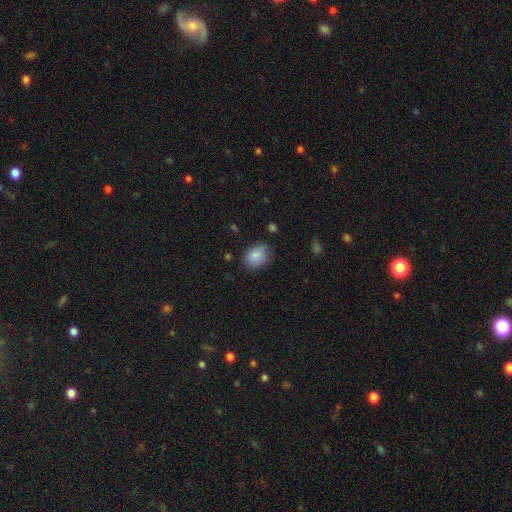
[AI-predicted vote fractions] smooth 85%, star or artifact 8%, featured or disk 7%. Down the decision tree: how rounded — in between (66%); merging — none (68%).